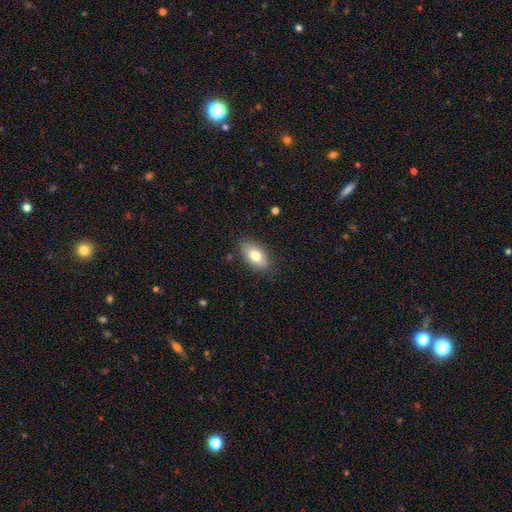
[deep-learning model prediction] smooth_or_featured: smooth (p=0.76) [alt: featured or disk p=0.16]
how_rounded: in between (p=0.91) [alt: round p=0.05]
merging: none (p=0.85) [alt: minor disturbance p=0.11]